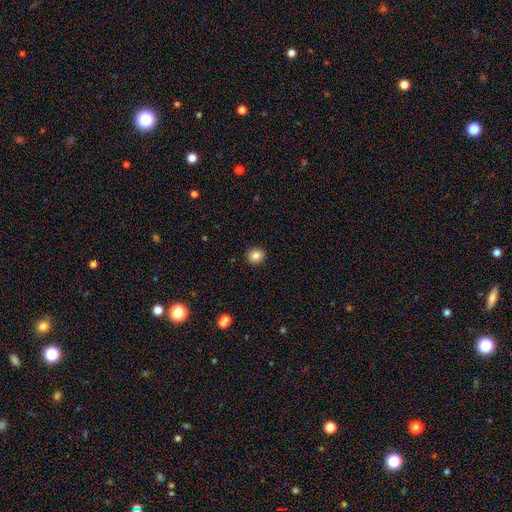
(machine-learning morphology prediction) A smooth galaxy with no disk features (85%) that is round (81%). Merging: none (91%).